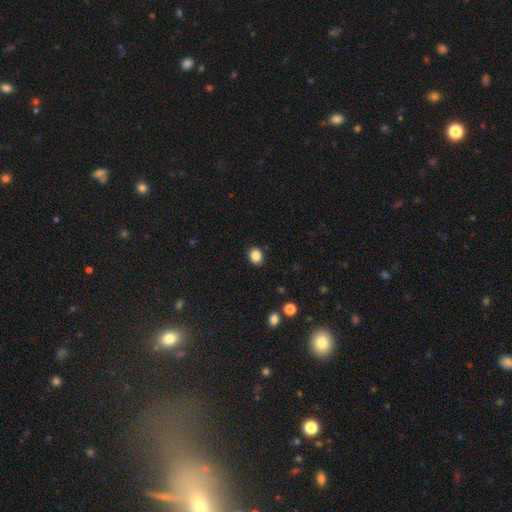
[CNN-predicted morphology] type=smooth (86%); roundness=round (56%); merging=none (89%).